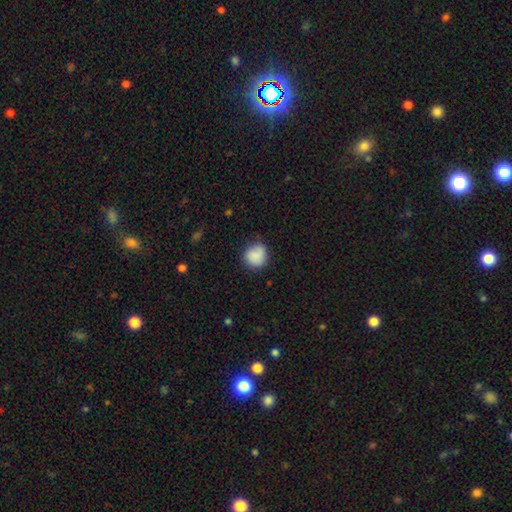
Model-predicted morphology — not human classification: smooth-or-featured: smooth: 83% | featured or disk: 9% | star or artifact: 8%
  how-rounded: round: 85% | in between: 14% | cigar-shaped: 1%
  merging: none: 74% | minor disturbance: 20% | major disturbance: 5% | merger: 2%